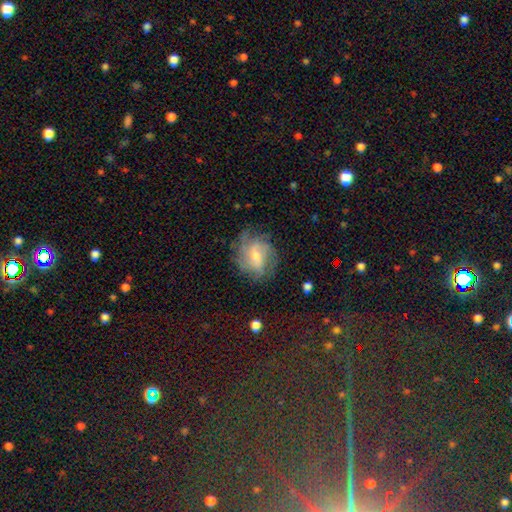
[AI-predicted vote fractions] smooth-or-featured: featured or disk: 65% | smooth: 26% | star or artifact: 9%
  disk-edge-on: no: 96% | yes: 4%
    bar: weak: 49% | no: 39% | strong: 12%
    has-spiral-arms: yes: 80% | no: 20%
      spiral-winding: medium: 40% | tight: 37% | loose: 23%
      spiral-arm-count: can't tell: 47% | 2: 16% | 3: 14% | 4: 12% | more than 4: 5% | 1: 5%
    bulge-size: small: 47% | moderate: 46% | large: 3% | none: 3% | dominant: 1%
  merging: none: 65% | minor disturbance: 21% | major disturbance: 12% | merger: 1%